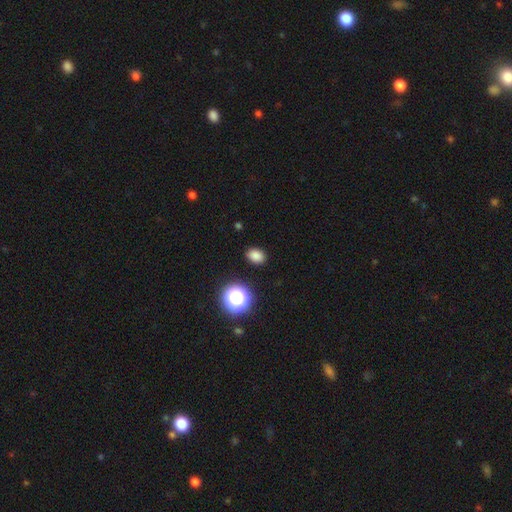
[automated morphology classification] smooth-or-featured: smooth: 82% | star or artifact: 14% | featured or disk: 4%
  how-rounded: in between: 66% | round: 33% | cigar-shaped: 1%
  merging: none: 89% | minor disturbance: 8% | major disturbance: 2% | merger: 1%